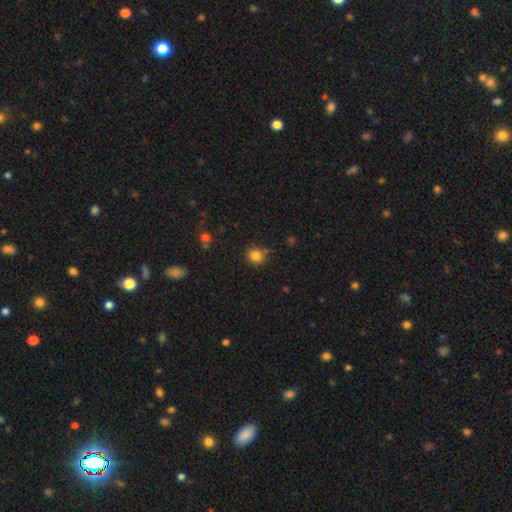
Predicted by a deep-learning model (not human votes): Smooth or featured? Predicted: smooth (p=0.83). How rounded? Predicted: round (p=0.86). Merging? Predicted: none (p=0.78).